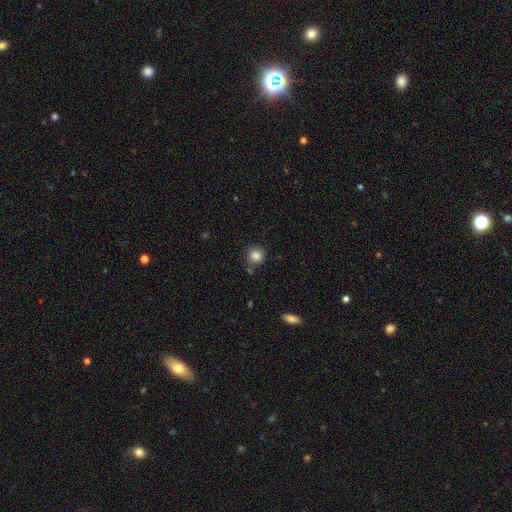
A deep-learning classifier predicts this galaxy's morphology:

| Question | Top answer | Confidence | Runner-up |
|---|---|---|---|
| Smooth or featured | smooth | 84% | star or artifact (10%) |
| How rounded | round | 87% | in between (12%) |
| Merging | none | 66% | minor disturbance (20%) |